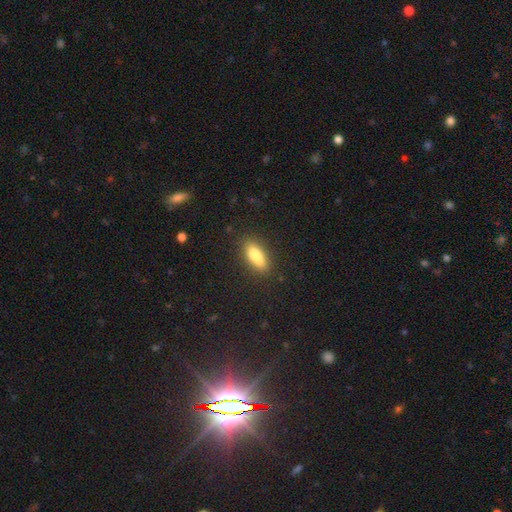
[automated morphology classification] Smooth or featured? smooth (84%)
How rounded? in between (67%)
Merging? none (86%)